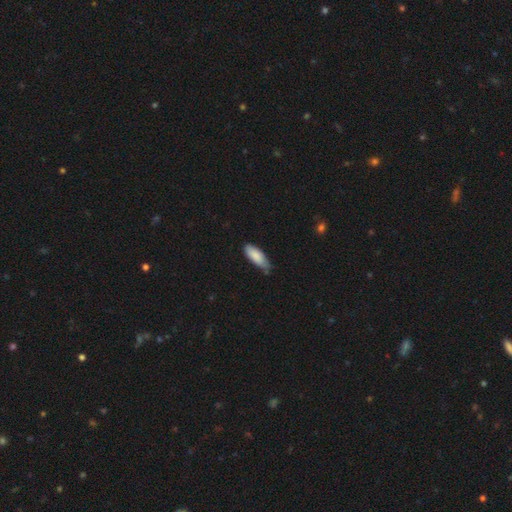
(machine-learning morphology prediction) A smooth galaxy with no disk features (87%) that is in between round and cigar-shaped (70%). Merging: none (57%).